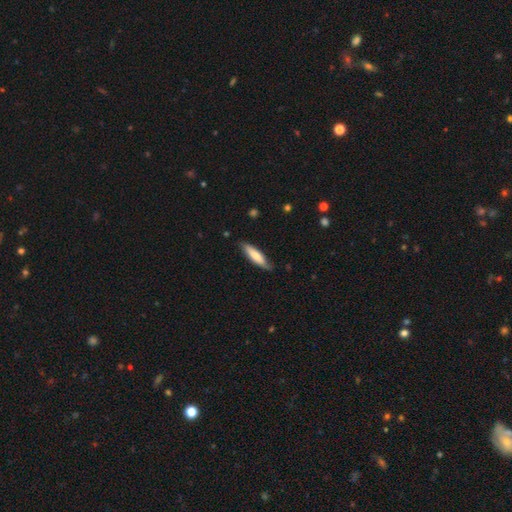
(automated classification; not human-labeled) Smooth or featured: smooth — 74% (featured or disk — 20%)
How rounded: cigar-shaped — 70% (in between — 28%)
Merging: none — 79% (minor disturbance — 17%)